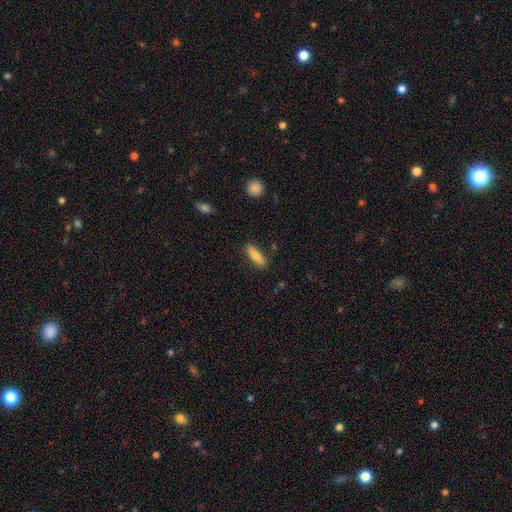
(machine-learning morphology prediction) The model was most divided on "how rounded": in between: 51%, cigar-shaped: 47%, round: 2%. More confident: merging — none (82%); smooth or featured — smooth (78%).